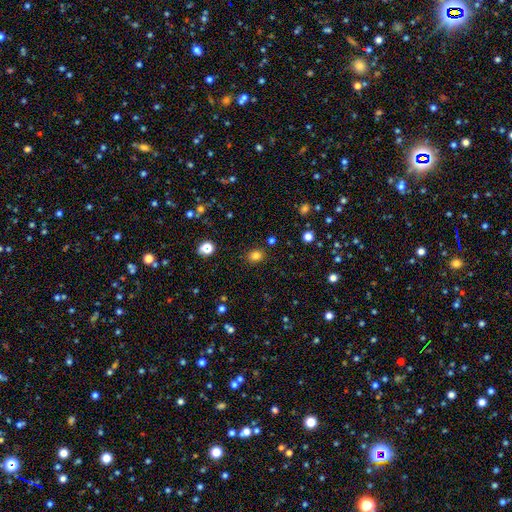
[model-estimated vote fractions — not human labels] Smooth or featured: smooth — 80% (star or artifact — 15%)
How rounded: round — 56% (in between — 43%)
Merging: none — 87% (minor disturbance — 8%)